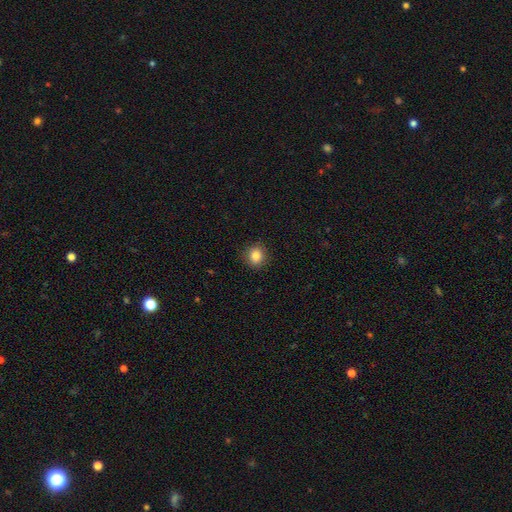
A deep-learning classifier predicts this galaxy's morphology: A smooth galaxy with no disk features (85%) that is round (85%).

Vote fractions:
- Smooth or featured? smooth: 85% / star or artifact: 10% / featured or disk: 5%
- How rounded? round: 85% / in between: 14% / cigar-shaped: 1%
- Merging? none: 90% / minor disturbance: 7% / major disturbance: 2% / merger: 1%